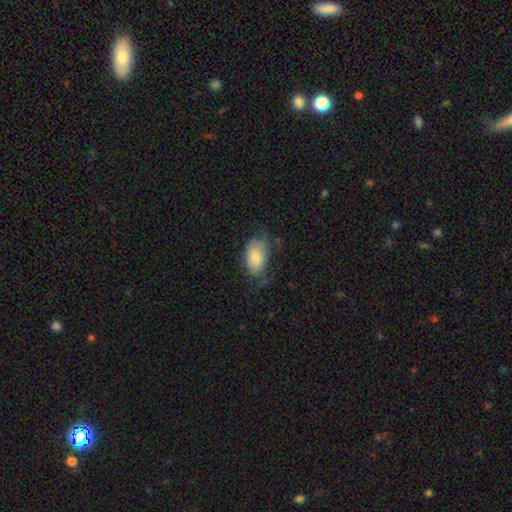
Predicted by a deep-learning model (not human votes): smooth 82%, featured or disk 11%, star or artifact 7%. Down the decision tree: how rounded — in between (91%); merging — none (54%).